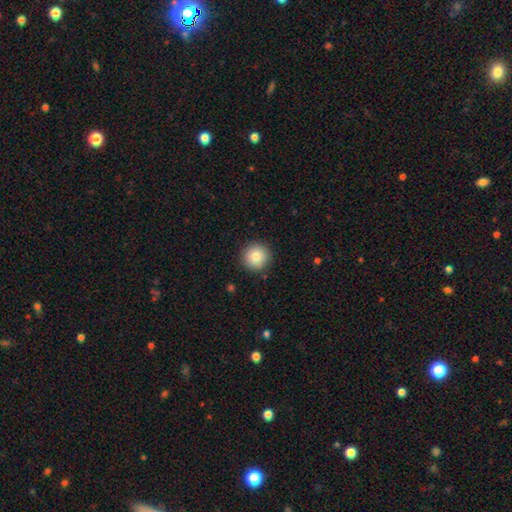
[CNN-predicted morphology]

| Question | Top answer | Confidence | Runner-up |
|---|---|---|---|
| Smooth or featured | smooth | 84% | star or artifact (9%) |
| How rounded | round | 96% | in between (3%) |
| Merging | none | 91% | minor disturbance (6%) |